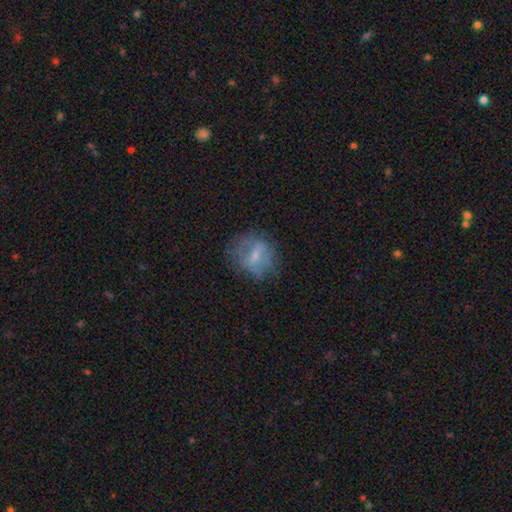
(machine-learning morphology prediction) smooth-or-featured: featured or disk: 47% | smooth: 42% | star or artifact: 11%
  merging: none: 60% | minor disturbance: 22% | major disturbance: 16% | merger: 2%